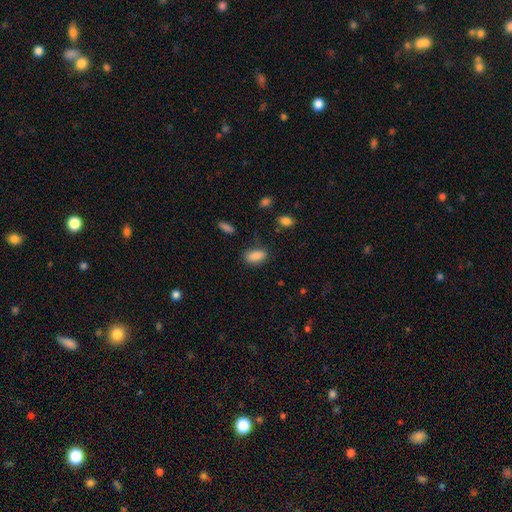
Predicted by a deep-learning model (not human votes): smooth 87%, star or artifact 8%, featured or disk 5%. Down the decision tree: how rounded — in between (89%); merging — none (78%).